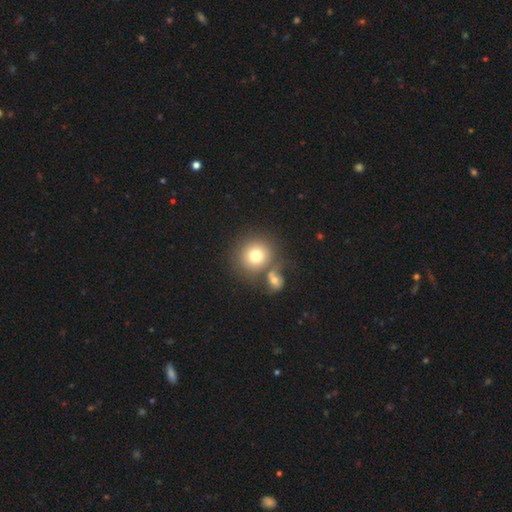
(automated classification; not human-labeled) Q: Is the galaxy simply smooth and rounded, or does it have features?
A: smooth — 74%.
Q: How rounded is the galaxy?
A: round — 90%.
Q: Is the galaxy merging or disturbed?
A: none — 62%.